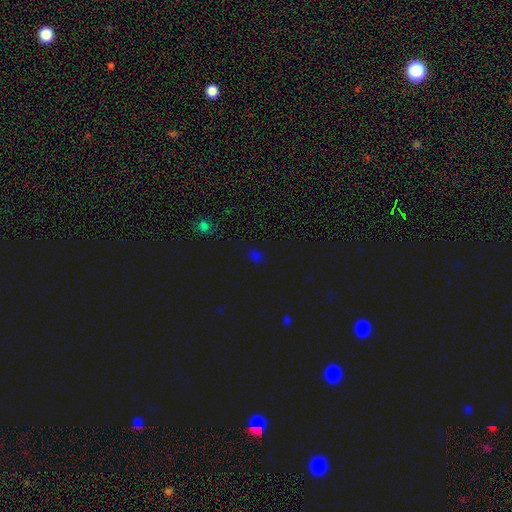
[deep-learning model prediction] Q: Smooth or featured?
A: smooth (53%); runner-up: star or artifact (42%)
Q: How rounded?
A: in between (54%); runner-up: round (44%)
Q: Merging?
A: none (80%); runner-up: minor disturbance (12%)